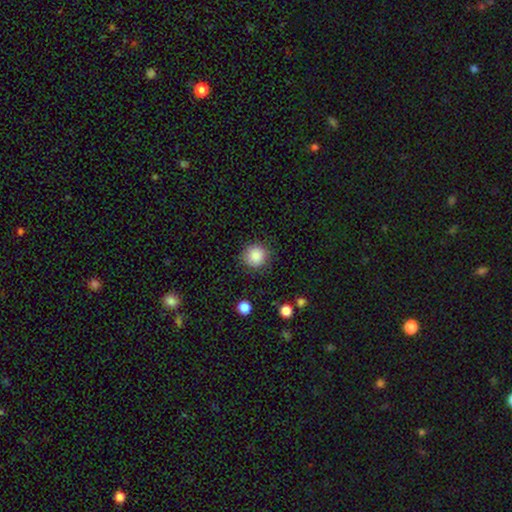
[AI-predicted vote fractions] smooth-or-featured: smooth: 85% | star or artifact: 10% | featured or disk: 6%
  how-rounded: round: 93% | in between: 6% | cigar-shaped: 1%
  merging: none: 85% | minor disturbance: 10% | major disturbance: 3% | merger: 1%